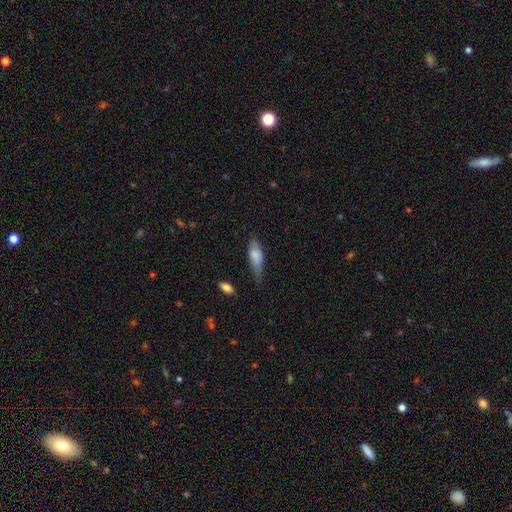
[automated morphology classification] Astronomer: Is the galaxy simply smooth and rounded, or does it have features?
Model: smooth — 78%.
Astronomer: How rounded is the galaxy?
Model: in between — 65%.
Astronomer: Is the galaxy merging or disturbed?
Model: none — 49% (runner-up: minor disturbance, 38%).